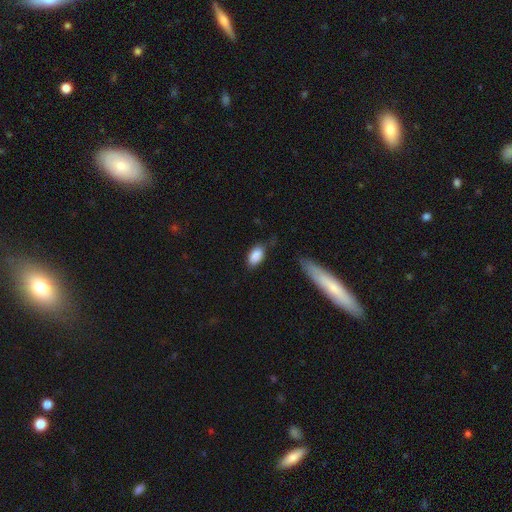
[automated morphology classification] Smooth or featured? Predicted: smooth (p=0.88). How rounded? Predicted: in between (p=0.93). Merging? Predicted: none (p=0.68).